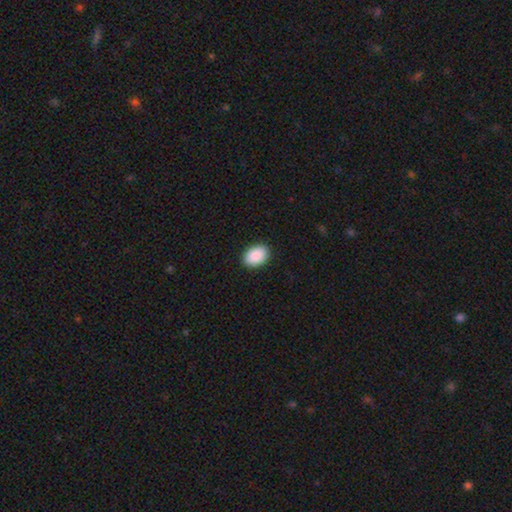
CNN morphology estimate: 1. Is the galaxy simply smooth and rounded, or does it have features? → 91% smooth, 6% star or artifact, 3% featured or disk.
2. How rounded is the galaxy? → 85% in between, 14% round, 1% cigar-shaped.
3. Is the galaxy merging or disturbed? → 90% none, 7% minor disturbance, 2% major disturbance, 1% merger.